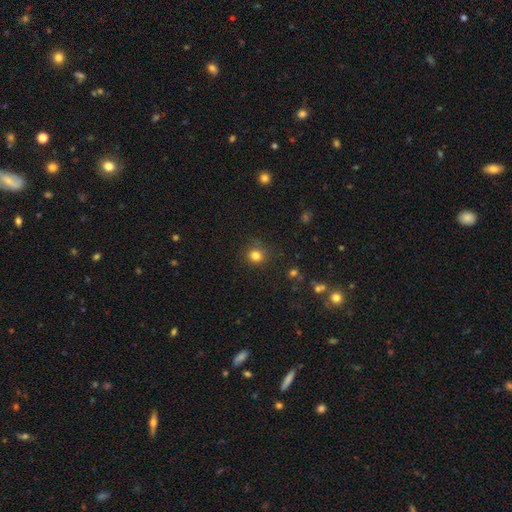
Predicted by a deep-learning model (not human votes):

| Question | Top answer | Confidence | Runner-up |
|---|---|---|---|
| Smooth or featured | smooth | 81% | star or artifact (14%) |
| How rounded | round | 87% | in between (12%) |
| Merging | none | 83% | minor disturbance (11%) |